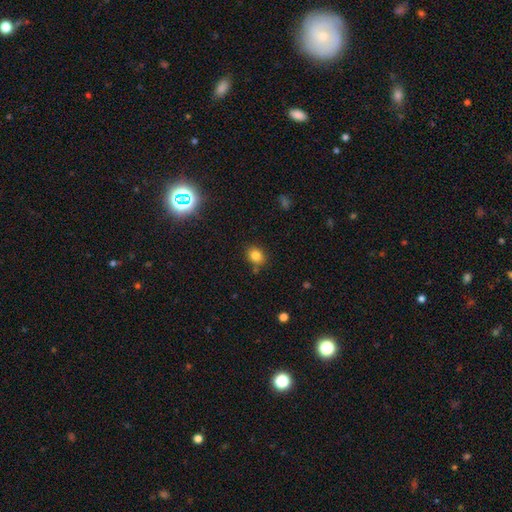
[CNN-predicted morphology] This appears to be a smooth galaxy with no disk features (81%) that is round (59%). Merging: none (80%).